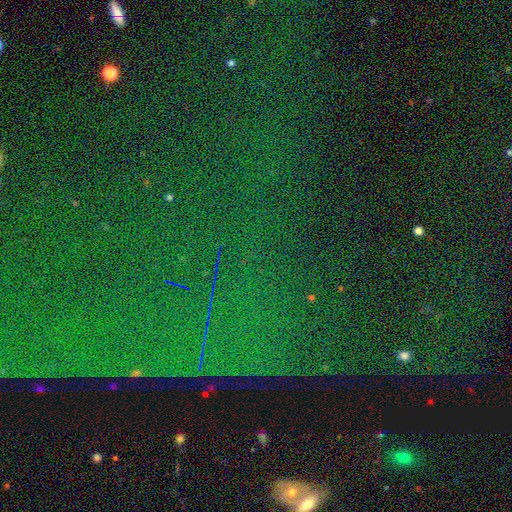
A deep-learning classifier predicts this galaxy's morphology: Smooth or featured? Predicted: star or artifact (p=0.84).